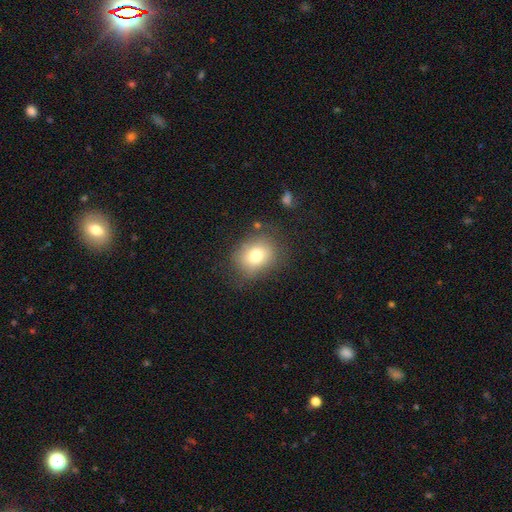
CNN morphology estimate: A smooth galaxy with no disk features (76%) that is round (56%). Merging: none (75%).